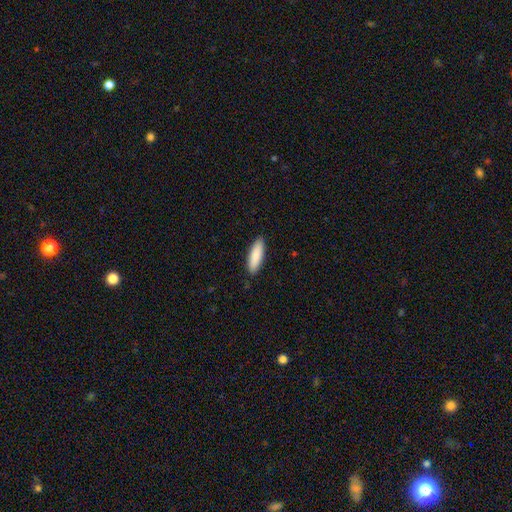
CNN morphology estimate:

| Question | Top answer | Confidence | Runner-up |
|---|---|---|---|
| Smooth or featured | smooth | 88% | featured or disk (7%) |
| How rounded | cigar-shaped | 55% | in between (44%) |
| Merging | none | 89% | minor disturbance (8%) |